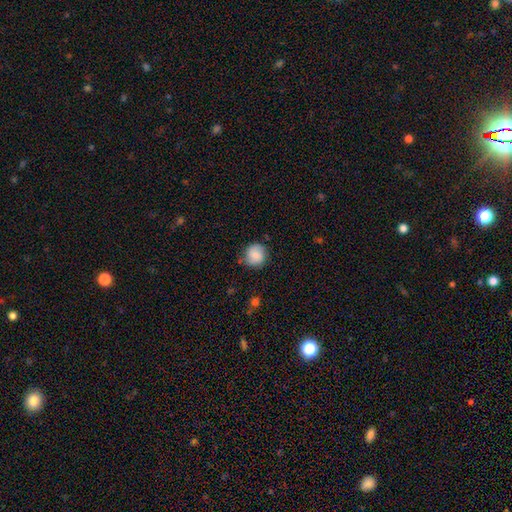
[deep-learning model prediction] The model was most divided on "merging": none: 76%, minor disturbance: 18%, major disturbance: 4%, merger: 2%. More confident: how rounded — round (89%); smooth or featured — smooth (78%).